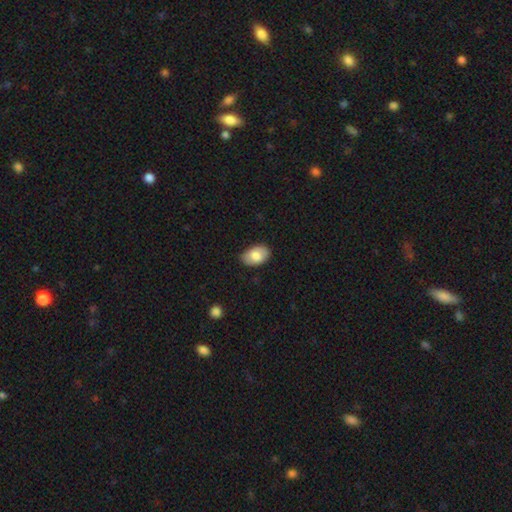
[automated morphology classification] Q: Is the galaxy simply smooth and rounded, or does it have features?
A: smooth — 78%.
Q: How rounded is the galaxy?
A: in between — 91%.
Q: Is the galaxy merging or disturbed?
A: none — 82%.